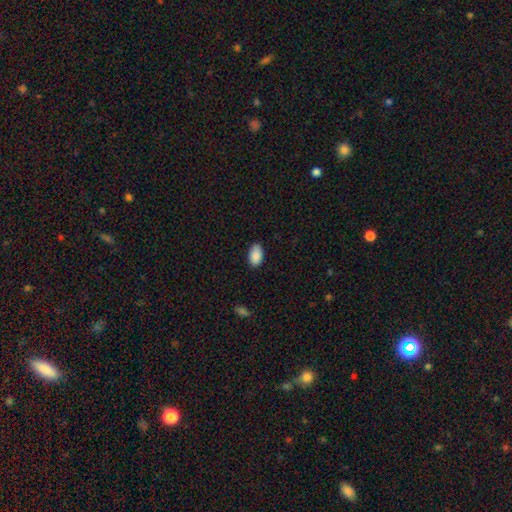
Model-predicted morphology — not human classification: A smooth galaxy with no disk features (90%) that is in between round and cigar-shaped (94%).

Vote fractions:
- Smooth or featured? smooth: 90% / star or artifact: 7% / featured or disk: 4%
- How rounded? in between: 94% / round: 4% / cigar-shaped: 1%
- Merging? none: 83% / minor disturbance: 14% / major disturbance: 2% / merger: 1%